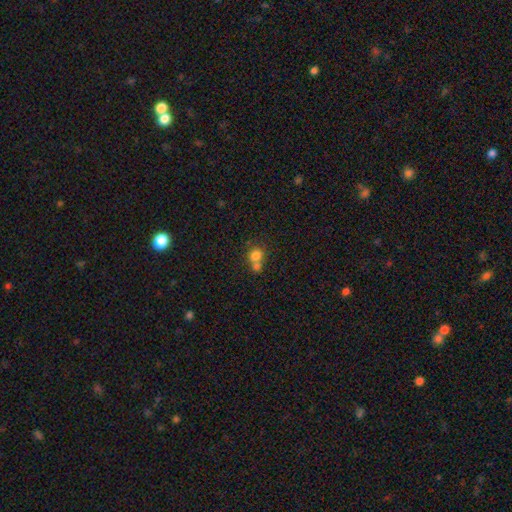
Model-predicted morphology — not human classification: Smooth or featured: smooth — 77% (featured or disk — 11%)
How rounded: round — 78% (in between — 21%)
Merging: merger — 57% (none — 33%)